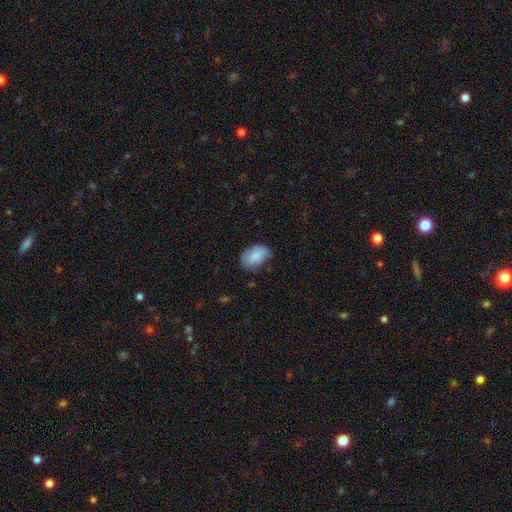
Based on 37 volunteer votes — A smooth galaxy with no disk features (81%) that is in between round and cigar-shaped (87%).

Vote fractions:
- Smooth or featured? smooth: 81% / featured or disk: 16% / star or artifact: 3%
- How rounded? in between: 87% / round: 13% / cigar-shaped: 0%
- Merging? none: 47% / minor disturbance: 44% / major disturbance: 6% / merger: 3%